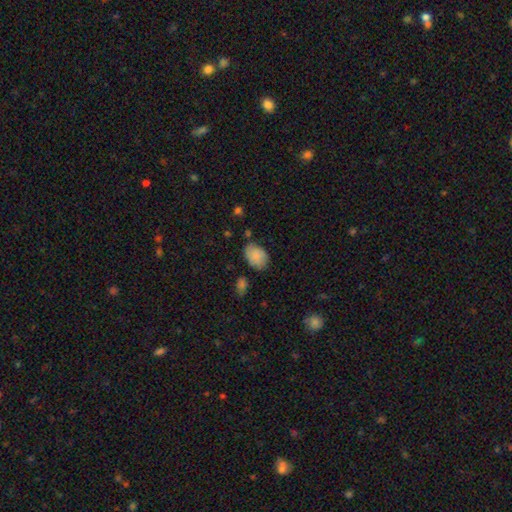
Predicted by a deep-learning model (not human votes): Smooth or featured? smooth (85%)
How rounded? in between (83%)
Merging? none (70%)